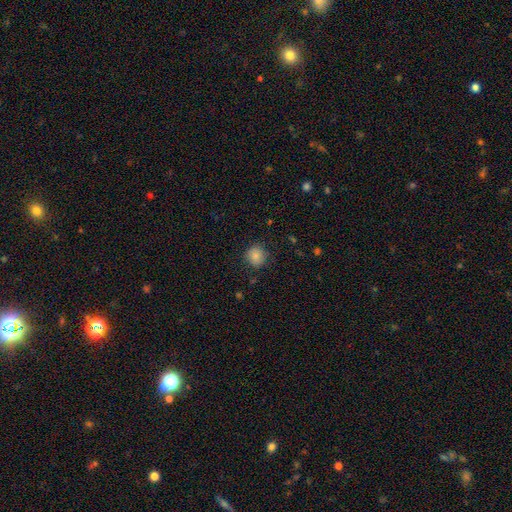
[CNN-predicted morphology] smooth-or-featured: smooth: 83% | star or artifact: 10% | featured or disk: 7%
  how-rounded: round: 89% | in between: 10% | cigar-shaped: 1%
  merging: none: 84% | minor disturbance: 12% | major disturbance: 3% | merger: 1%